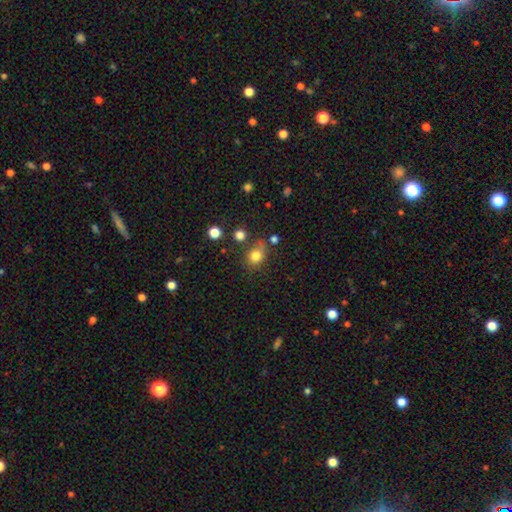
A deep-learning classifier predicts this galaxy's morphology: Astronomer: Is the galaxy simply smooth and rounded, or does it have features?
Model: smooth — 79%.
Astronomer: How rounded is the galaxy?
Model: round — 66%.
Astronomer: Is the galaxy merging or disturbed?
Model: none — 61%.